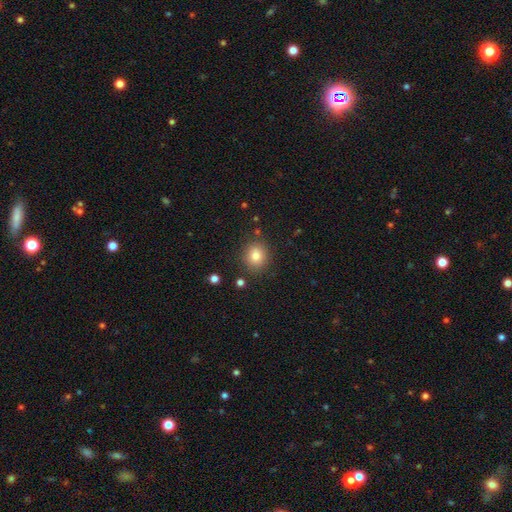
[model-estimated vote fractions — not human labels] smooth_or_featured: smooth (p=0.80) [alt: star or artifact p=0.12]
how_rounded: round (p=0.75) [alt: in between p=0.24]
merging: none (p=0.85) [alt: minor disturbance p=0.10]